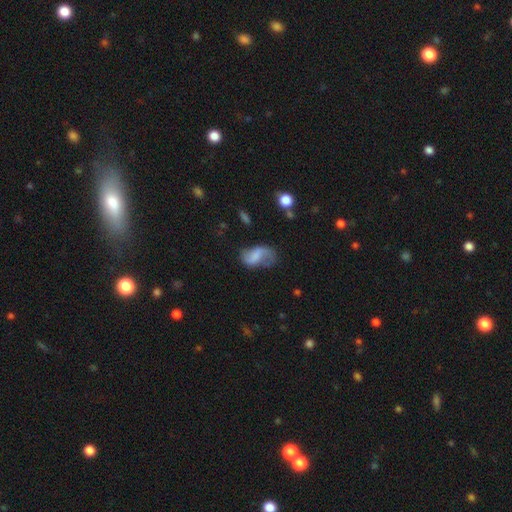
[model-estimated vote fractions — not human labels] Smooth or featured: featured or disk — 57% (smooth — 34%)
Edge-on disk: no — 97% (yes — 3%)
Bar: weak — 44% (no — 37%)
Spiral arms: yes — 86% (no — 14%)
Bulge size: none — 47% (small — 26%)
Merging: none — 48% (minor disturbance — 27%)